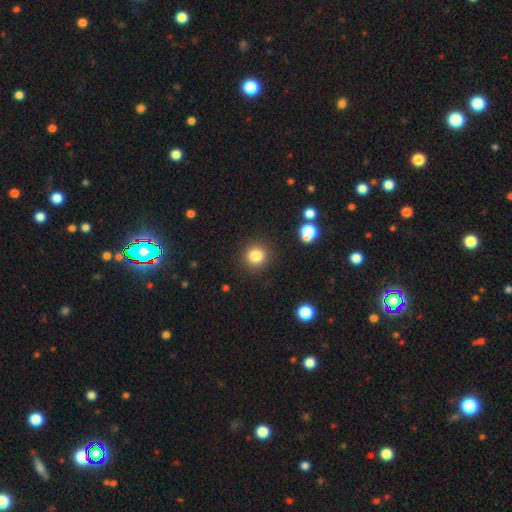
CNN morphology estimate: A smooth galaxy with no disk features (83%) that is round (91%).

Vote fractions:
- Smooth or featured? smooth: 83% / star or artifact: 12% / featured or disk: 5%
- How rounded? round: 91% / in between: 8% / cigar-shaped: 1%
- Merging? none: 89% / minor disturbance: 7% / major disturbance: 3% / merger: 2%